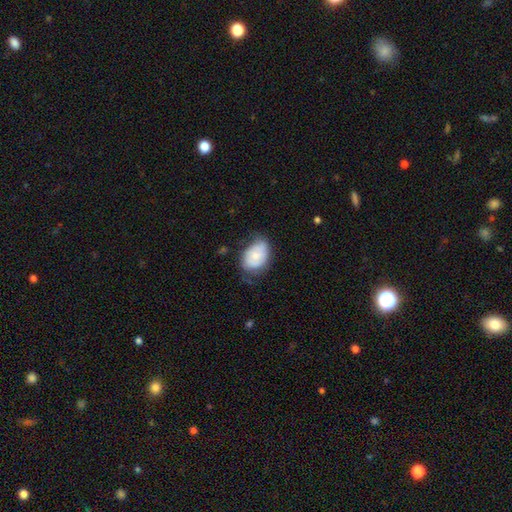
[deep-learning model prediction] smooth 68%, featured or disk 25%, star or artifact 7%. Down the decision tree: how rounded — in between (82%); merging — none (52%).